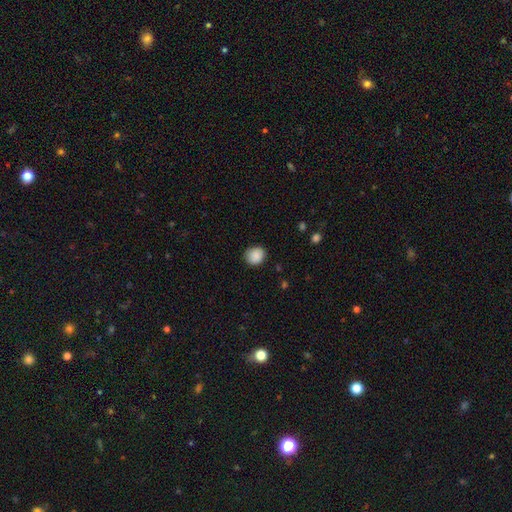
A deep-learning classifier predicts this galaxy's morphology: Overall: smooth (88%). How rounded: round (74%). Merging: none (83%).